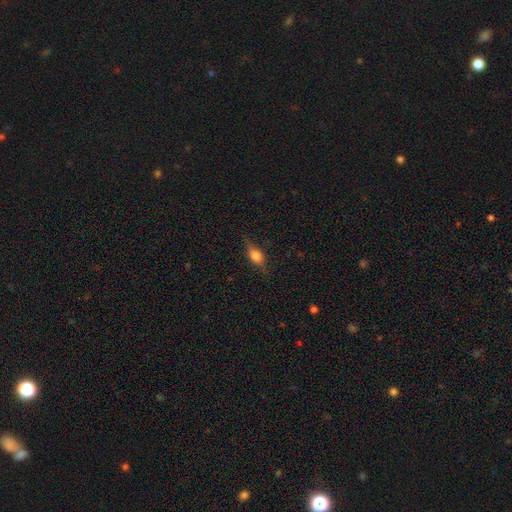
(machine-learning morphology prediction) smooth-or-featured: smooth: 47% | featured or disk: 43% | star or artifact: 10%
  merging: none: 78% | minor disturbance: 17% | major disturbance: 4% | merger: 1%